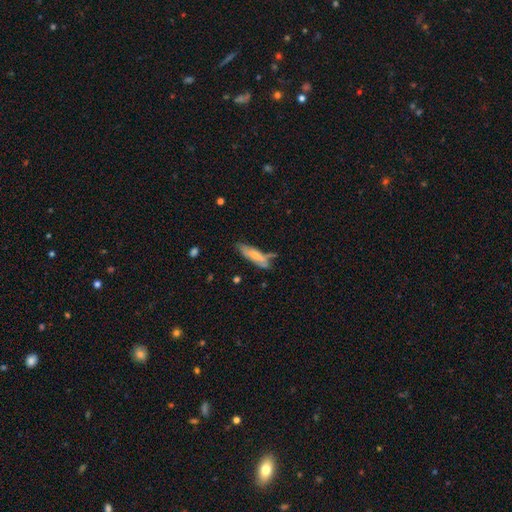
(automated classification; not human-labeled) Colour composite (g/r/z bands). It shows a smooth galaxy with no disk features (61%) that is cigar-shaped (66%). Merging: none (48%).